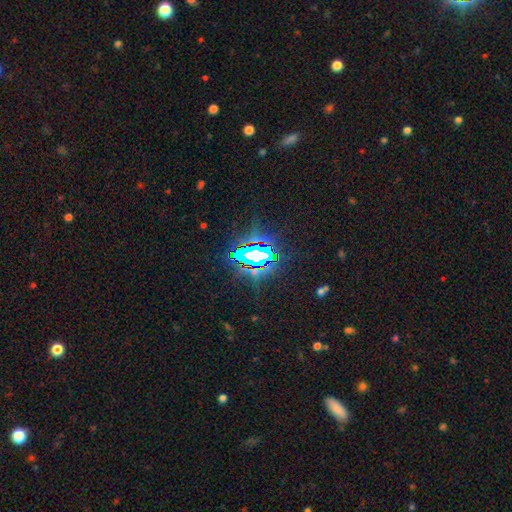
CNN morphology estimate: This appears to be a star or artifact, not a galaxy (75%).